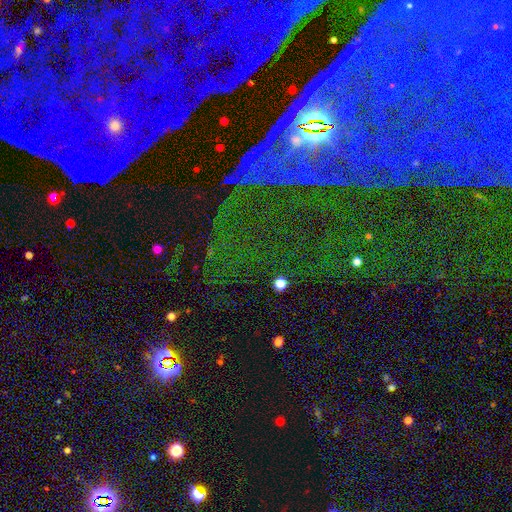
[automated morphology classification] smooth-or-featured: star or artifact: 65% | featured or disk: 21% | smooth: 14%